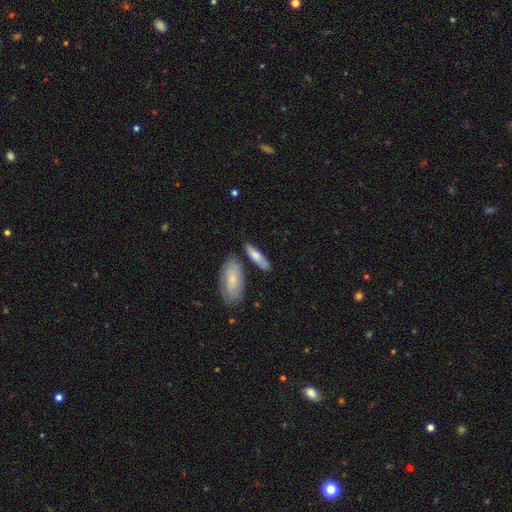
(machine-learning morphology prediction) type=smooth (72%); roundness=in between (51%); merging=none (68%).